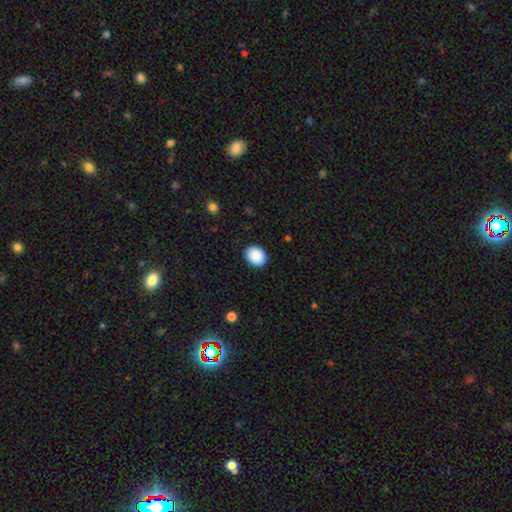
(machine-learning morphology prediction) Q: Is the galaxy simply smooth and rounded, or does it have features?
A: smooth — 89%.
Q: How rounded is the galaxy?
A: in between — 52%.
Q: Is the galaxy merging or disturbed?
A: none — 89%.